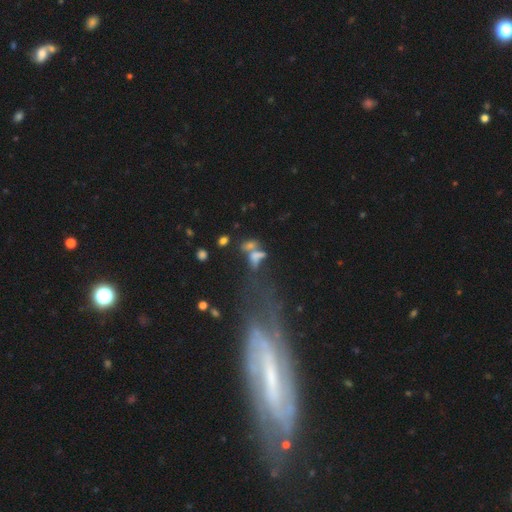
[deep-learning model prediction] A smooth galaxy with no disk features (50%). Merging: merger (50%).